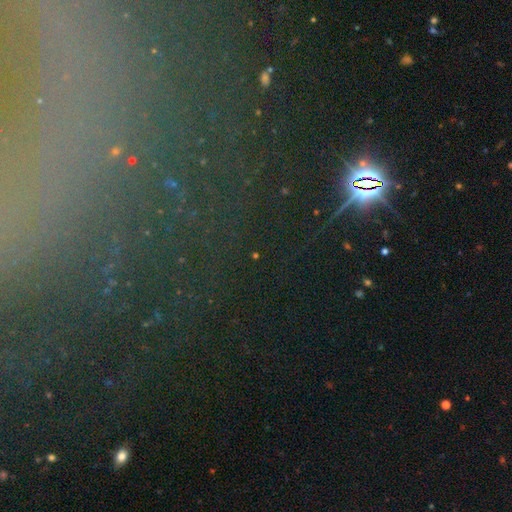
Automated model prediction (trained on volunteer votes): Overall: star or artifact (79%).